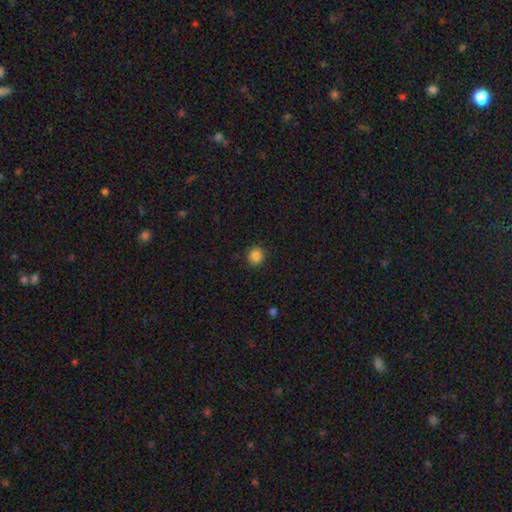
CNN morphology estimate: A smooth galaxy with no disk features (85%) that is round (91%). Merging: none (91%).